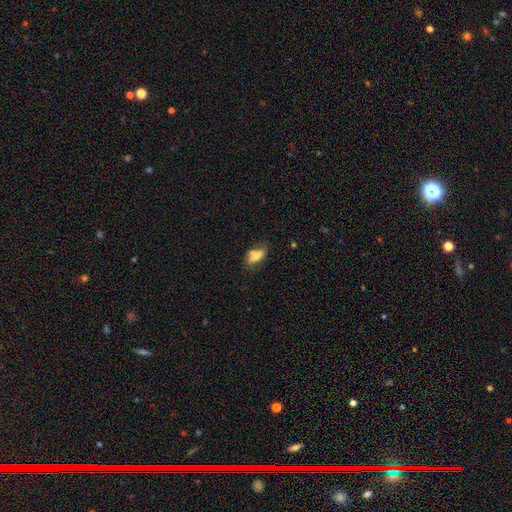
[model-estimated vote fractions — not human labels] The model was most divided on "merging": none: 58%, minor disturbance: 23%, merger: 13%, major disturbance: 6%. More confident: how rounded — in between (79%); smooth or featured — smooth (70%).